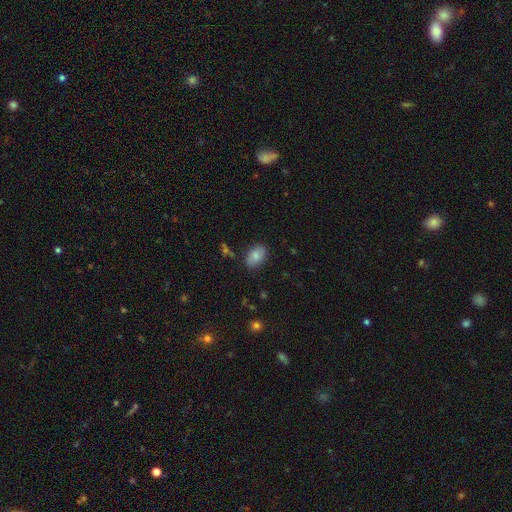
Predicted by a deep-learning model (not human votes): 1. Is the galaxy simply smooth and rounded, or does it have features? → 82% smooth, 10% featured or disk, 8% star or artifact.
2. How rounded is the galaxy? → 86% in between, 12% round, 1% cigar-shaped.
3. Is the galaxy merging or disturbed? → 82% none, 13% minor disturbance, 3% major disturbance, 2% merger.